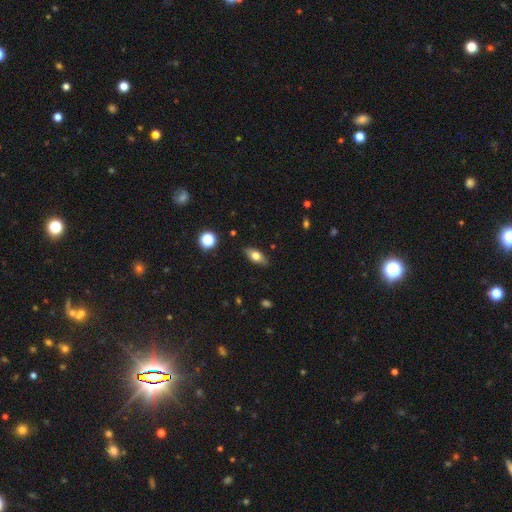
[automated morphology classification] This is likely a smooth galaxy (66%). How rounded: likely in between (79%). Merging: clearly none (86%).